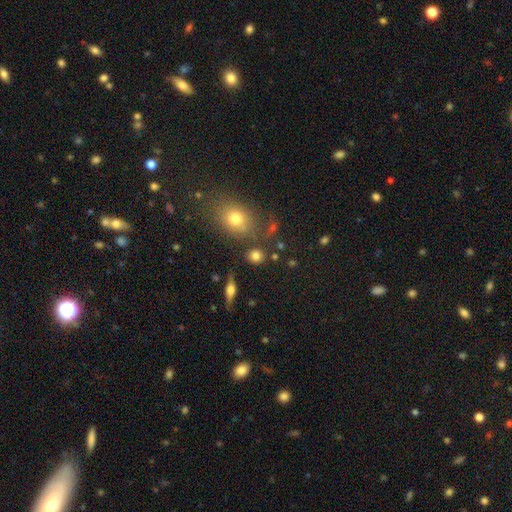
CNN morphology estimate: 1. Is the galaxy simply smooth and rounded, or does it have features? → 80% smooth, 12% star or artifact, 8% featured or disk.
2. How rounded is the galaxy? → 78% round, 20% in between, 2% cigar-shaped.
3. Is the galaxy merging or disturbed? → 78% none, 10% minor disturbance, 8% merger, 4% major disturbance.